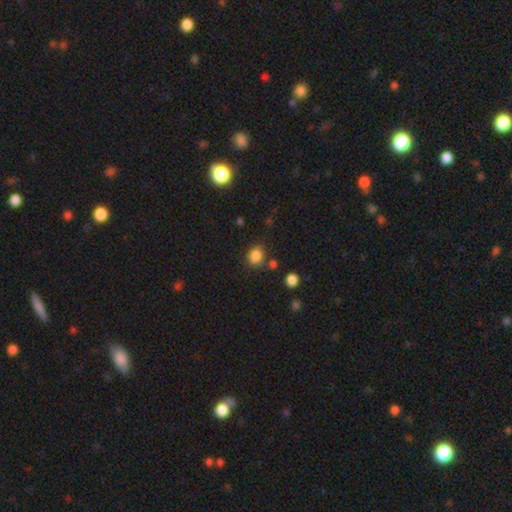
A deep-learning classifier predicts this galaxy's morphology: Smooth or featured: smooth — 85% (star or artifact — 11%)
How rounded: round — 56% (in between — 43%)
Merging: none — 74% (minor disturbance — 14%)